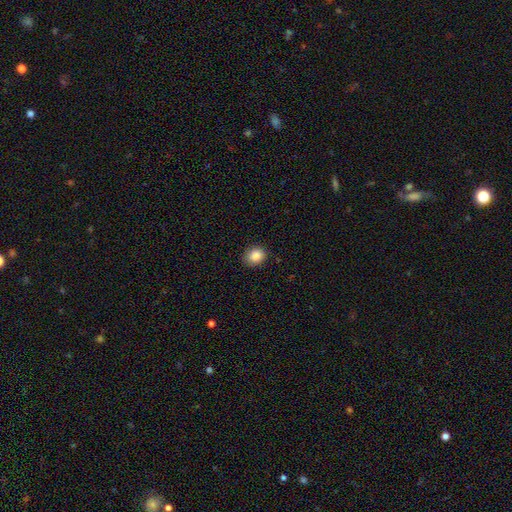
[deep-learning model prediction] Smooth or featured: smooth — 87% (star or artifact — 9%)
How rounded: round — 62% (in between — 37%)
Merging: none — 84% (minor disturbance — 13%)